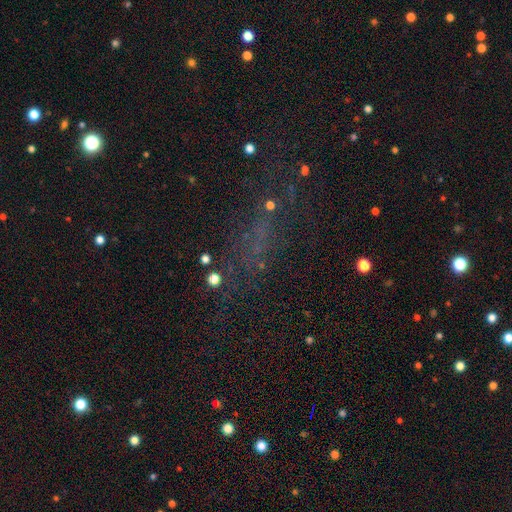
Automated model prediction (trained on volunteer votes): A star or artifact, not a galaxy (52%).

Vote fractions:
- Smooth or featured? star or artifact: 52% / smooth: 32% / featured or disk: 16%